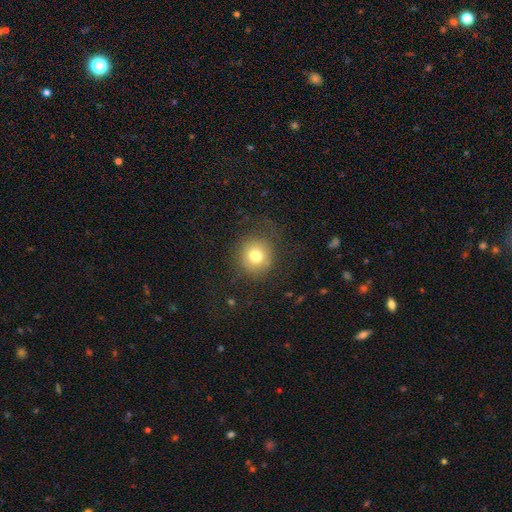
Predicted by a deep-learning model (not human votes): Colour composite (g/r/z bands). It shows a smooth galaxy with no disk features (75%) that is round (91%). Merging: none (77%).